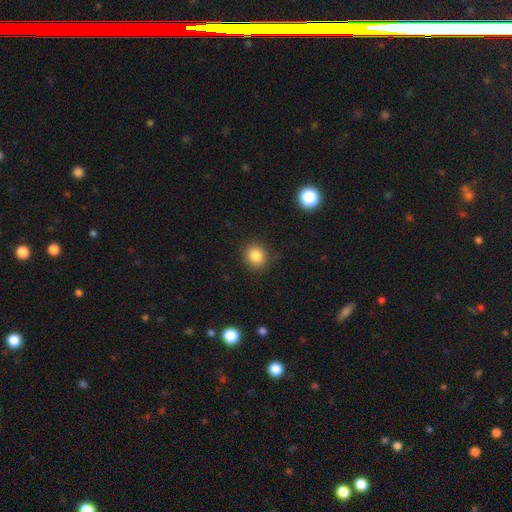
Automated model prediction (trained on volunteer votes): Smooth or featured: smooth — 84% (star or artifact — 11%)
How rounded: round — 83% (in between — 16%)
Merging: none — 88% (minor disturbance — 8%)